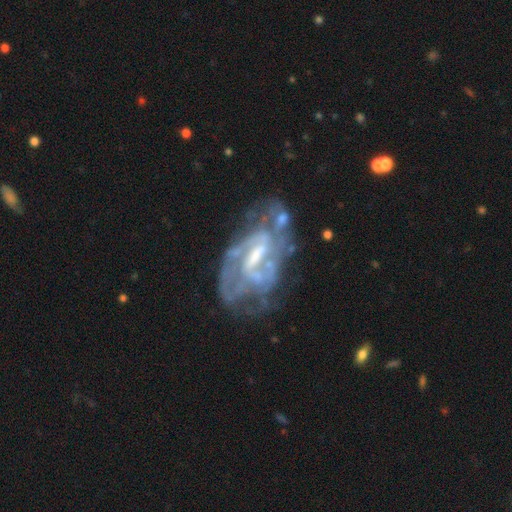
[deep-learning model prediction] Overall: featured or disk (83%). Edge-on disk: no (96%). Bar: weak (48%; strong 31%). Spiral arms: yes (75%). Spiral arm count: can't tell (43%; 2 33%). Spiral winding: medium (42%; tight 39%). Bulge size: moderate (39%; small 35%). Merging: none (44%; major disturbance 25%).